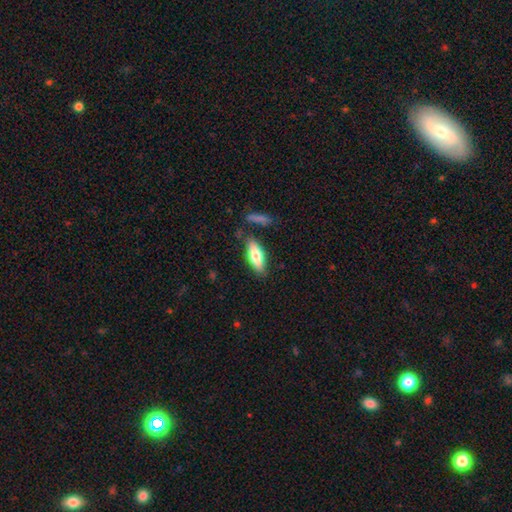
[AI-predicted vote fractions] The model was most divided on "how rounded": in between: 62%, cigar-shaped: 35%, round: 2%. More confident: merging — none (78%); smooth or featured — smooth (70%).